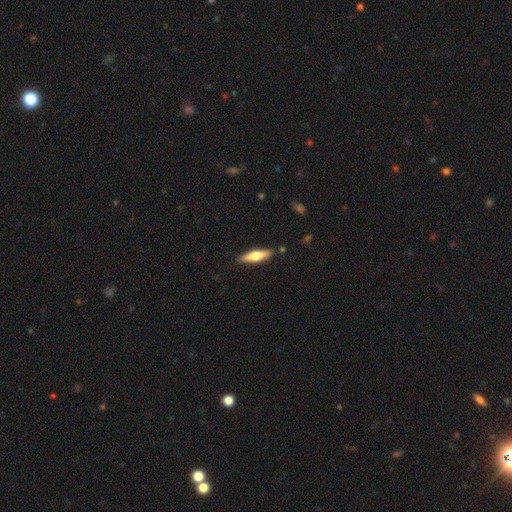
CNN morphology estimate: smooth-or-featured: smooth: 51% | featured or disk: 44% | star or artifact: 5%
  how-rounded: cigar-shaped: 68% | in between: 30% | round: 2%
  merging: none: 88% | minor disturbance: 9% | major disturbance: 2% | merger: 2%